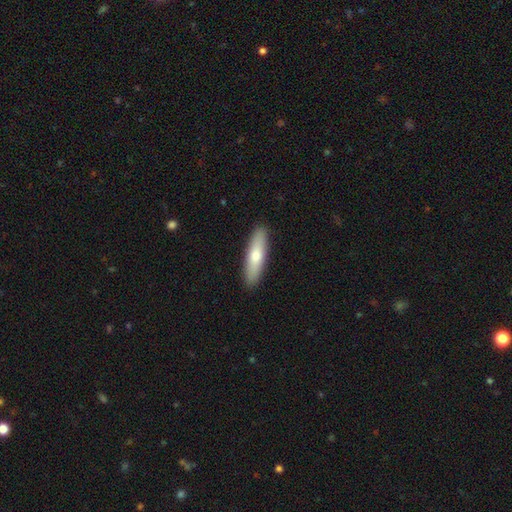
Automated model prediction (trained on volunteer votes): A smooth galaxy with no disk features (68%) that is cigar-shaped (70%).

Vote fractions:
- Smooth or featured? smooth: 68% / featured or disk: 27% / star or artifact: 6%
- How rounded? cigar-shaped: 70% / in between: 28% / round: 2%
- Merging? none: 91% / minor disturbance: 7% / major disturbance: 1% / merger: 1%